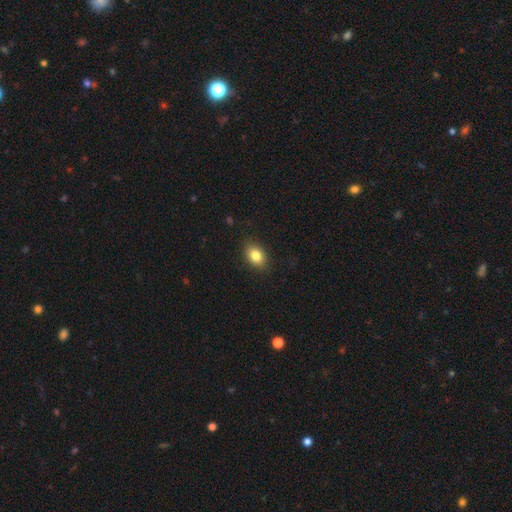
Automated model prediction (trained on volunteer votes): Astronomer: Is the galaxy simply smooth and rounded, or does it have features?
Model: smooth — 83%.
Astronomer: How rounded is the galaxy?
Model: in between — 77%.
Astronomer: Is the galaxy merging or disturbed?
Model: none — 87%.